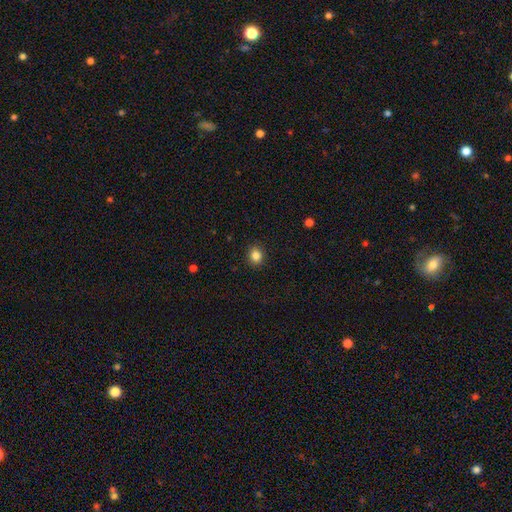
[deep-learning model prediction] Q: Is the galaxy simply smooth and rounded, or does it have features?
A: smooth — 85%.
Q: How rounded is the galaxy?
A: round — 77%.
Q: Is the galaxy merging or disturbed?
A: none — 91%.